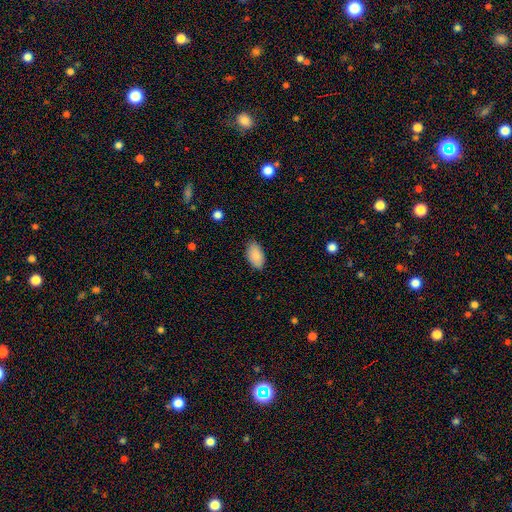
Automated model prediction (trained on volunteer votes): smooth_or_featured: smooth (p=0.88) [alt: star or artifact p=0.06]
how_rounded: in between (p=0.95) [alt: round p=0.03]
merging: none (p=0.85) [alt: minor disturbance p=0.12]